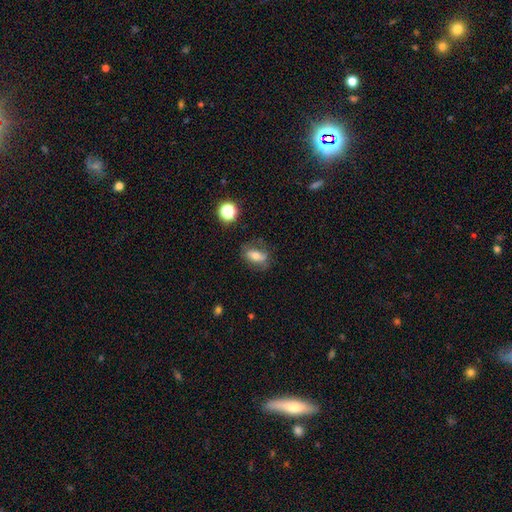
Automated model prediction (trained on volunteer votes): Smooth or featured? smooth (51%)
How rounded? in between (77%)
Merging? none (65%)